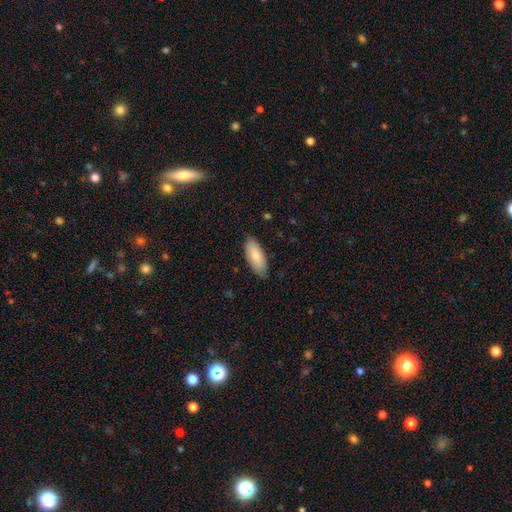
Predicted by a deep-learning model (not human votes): Morphology: type=smooth (86%); roundness=in between (78%); merging=none (85%).